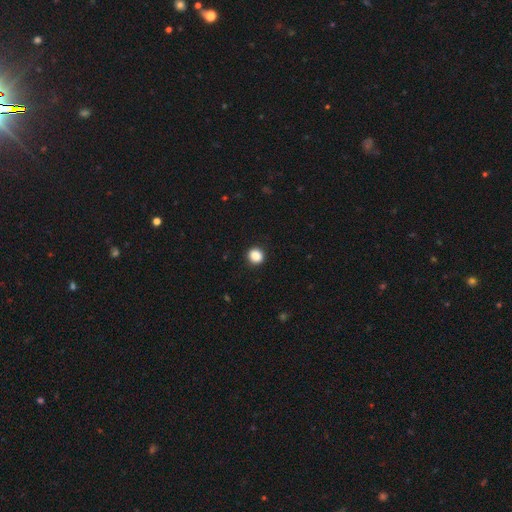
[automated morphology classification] The model was most divided on "how rounded": round: 81%, in between: 18%, cigar-shaped: 1%. More confident: merging — none (91%); smooth or featured — smooth (88%).